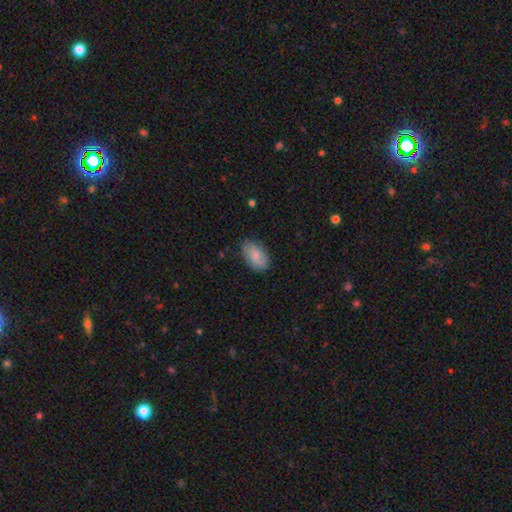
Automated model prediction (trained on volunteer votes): Smooth or featured?
  - smooth: 82% *
  - featured or disk: 12%
  - star or artifact: 6%
How rounded?
  - in between: 93% *
  - round: 5%
  - cigar-shaped: 2%
Merging?
  - none: 83% *
  - minor disturbance: 14%
  - major disturbance: 3%
  - merger: 1%